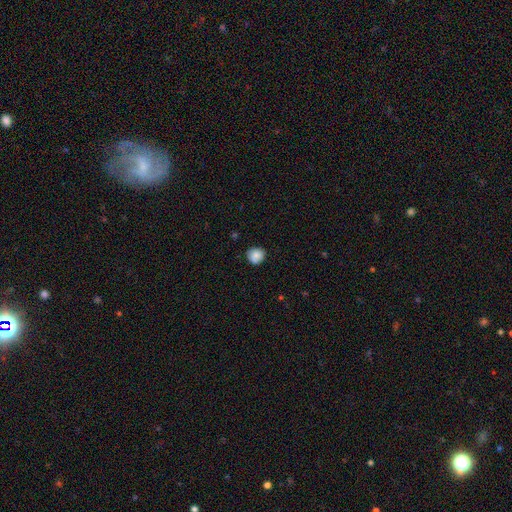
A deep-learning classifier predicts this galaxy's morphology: Overall: smooth (83%). How rounded: round (87%). Merging: none (80%).